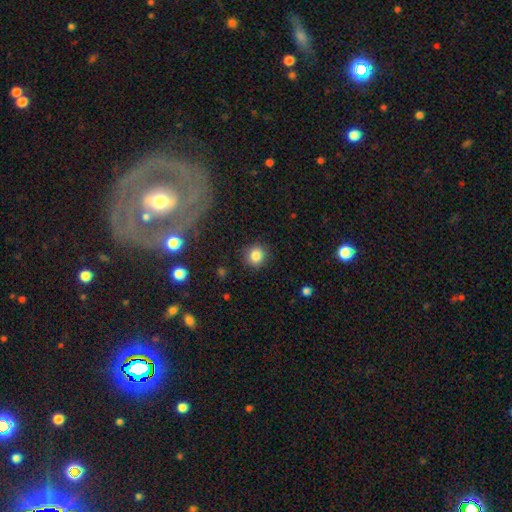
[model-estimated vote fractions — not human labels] This is clearly a smooth galaxy (84%). How rounded: clearly round (88%). Merging: clearly none (88%).